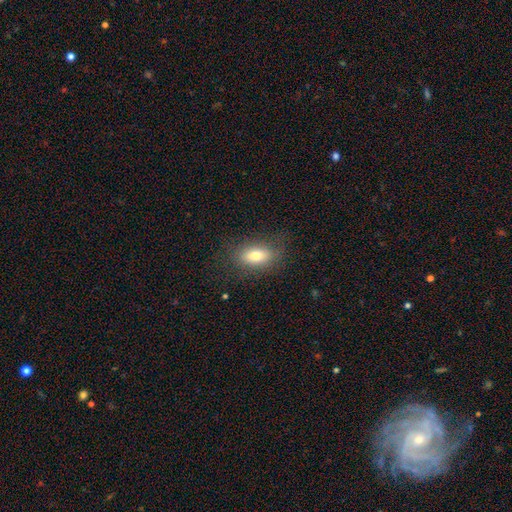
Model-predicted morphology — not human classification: Smooth or featured? smooth (75%)
How rounded? in between (84%)
Merging? none (79%)